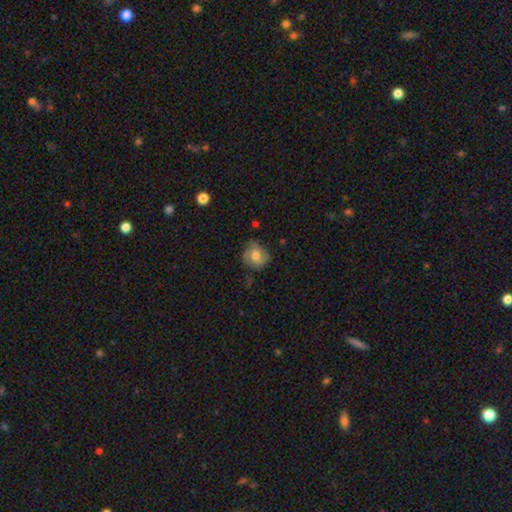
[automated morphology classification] Overall: smooth (62%; featured or disk 30%). How rounded: round (78%). Merging: none (65%).